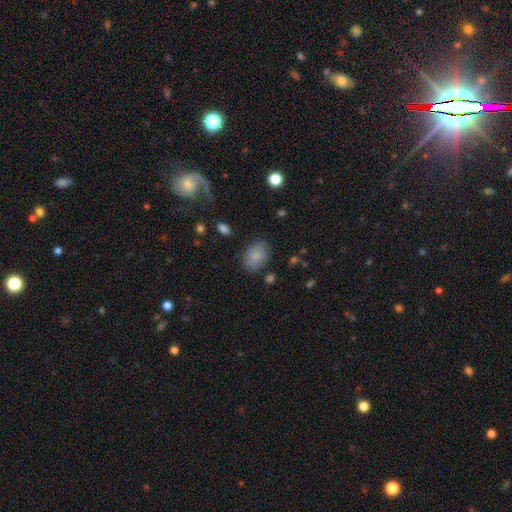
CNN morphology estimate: type=smooth (85%); roundness=in between (82%); merging=none (82%).